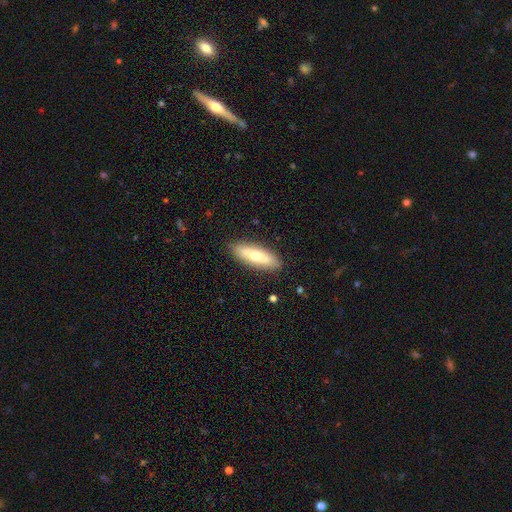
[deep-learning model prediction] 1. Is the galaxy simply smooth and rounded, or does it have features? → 59% smooth, 35% featured or disk, 6% star or artifact.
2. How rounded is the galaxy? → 57% in between, 40% cigar-shaped, 2% round.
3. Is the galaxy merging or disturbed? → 86% none, 10% minor disturbance, 2% major disturbance, 1% merger.